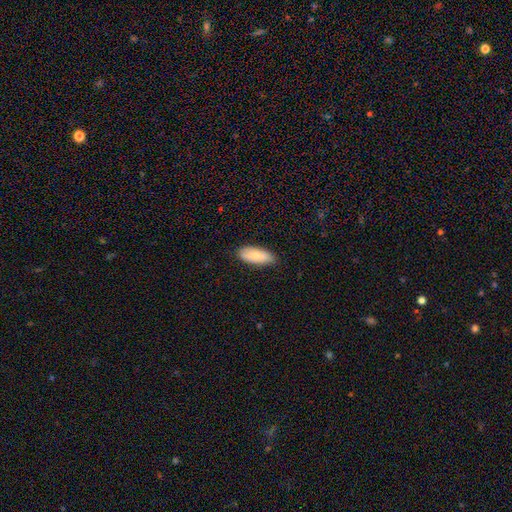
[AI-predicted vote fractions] The model was most divided on "how rounded": in between: 81%, cigar-shaped: 17%, round: 2%. More confident: merging — none (84%); smooth or featured — smooth (80%).